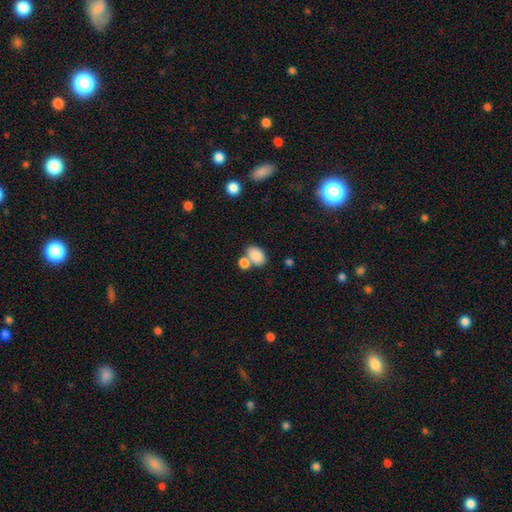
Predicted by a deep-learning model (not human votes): Smooth or featured: smooth — 85% (star or artifact — 8%)
How rounded: in between — 85% (round — 14%)
Merging: none — 49% (merger — 34%)